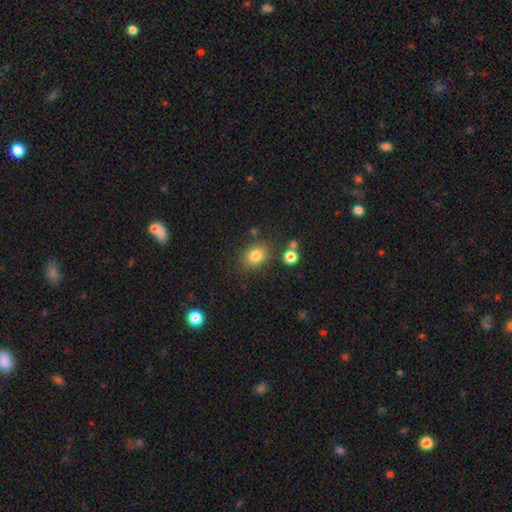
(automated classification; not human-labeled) Q: Smooth or featured?
A: smooth (81%); runner-up: star or artifact (11%)
Q: How rounded?
A: round (53%); runner-up: in between (46%)
Q: Merging?
A: none (79%); runner-up: minor disturbance (11%)